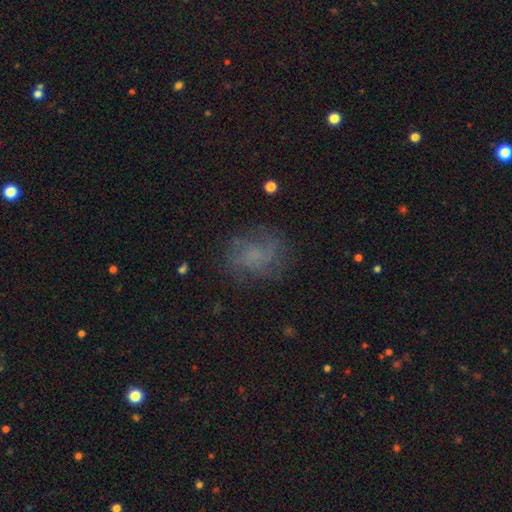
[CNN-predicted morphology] A smooth galaxy with no disk features (44%). Merging: none (69%).